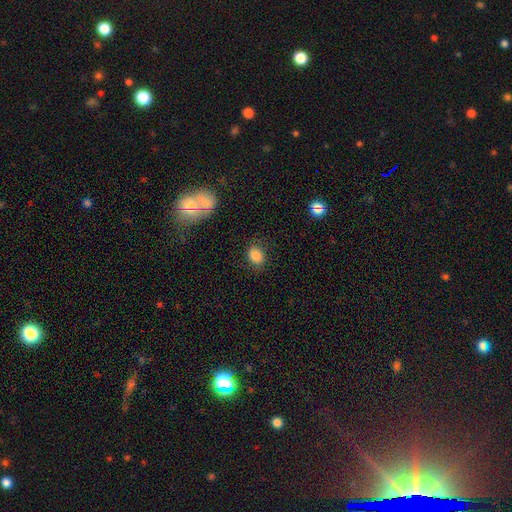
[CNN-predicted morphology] Smooth or featured: smooth — 84% (star or artifact — 10%)
How rounded: in between — 55% (round — 44%)
Merging: none — 82% (minor disturbance — 13%)